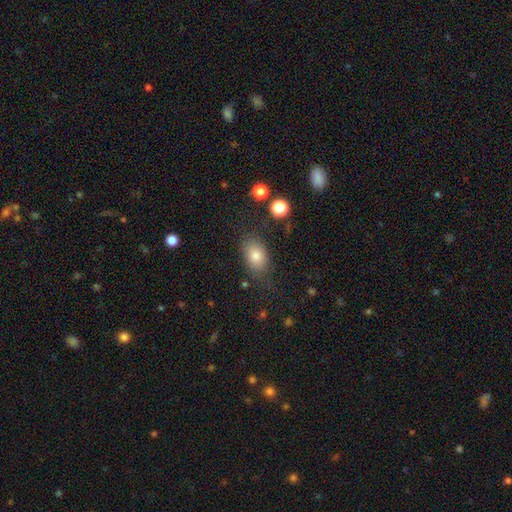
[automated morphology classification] A smooth galaxy with no disk features (79%) that is in between round and cigar-shaped (81%). Merging: none (75%).